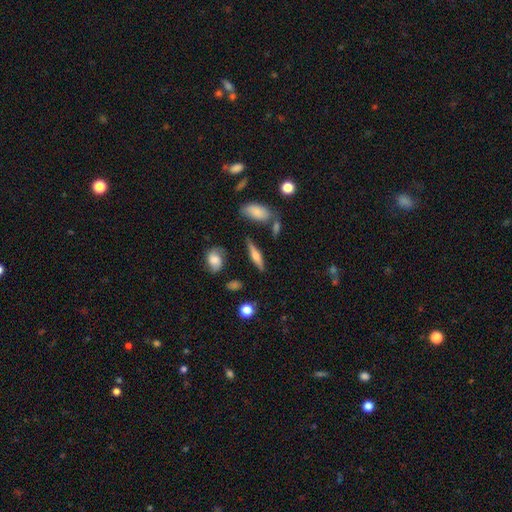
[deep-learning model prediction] featured or disk 56%, smooth 36%, star or artifact 8%. Down the decision tree: edge-on disk — yes (94%); edge-on bulge — rounded (89%); merging — none (79%).